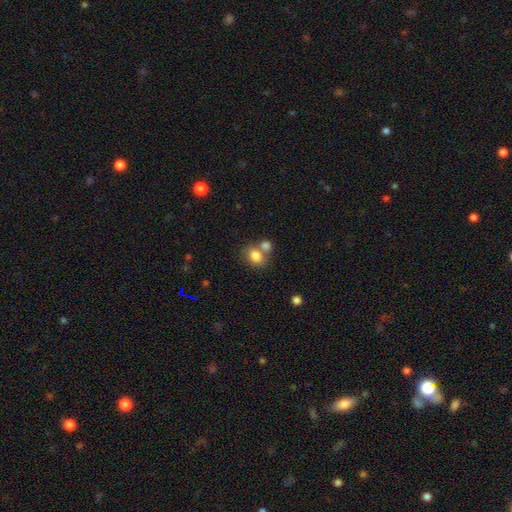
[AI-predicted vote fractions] smooth 82%, star or artifact 10%, featured or disk 9%. Down the decision tree: how rounded — in between (54%); merging — none (48%).